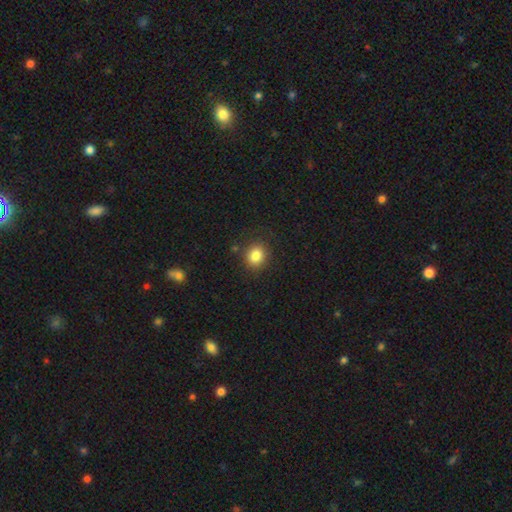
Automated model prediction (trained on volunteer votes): This is clearly a smooth galaxy (83%). How rounded: likely round (70%). Merging: clearly none (84%).